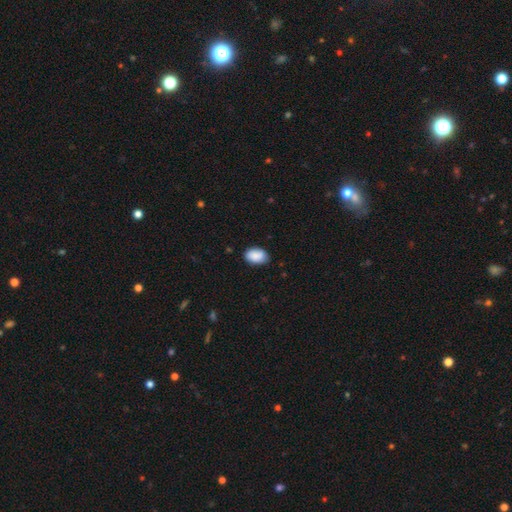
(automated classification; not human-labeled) This appears to be a smooth galaxy with no disk features (88%) that is in between round and cigar-shaped (87%). Merging: none (78%).